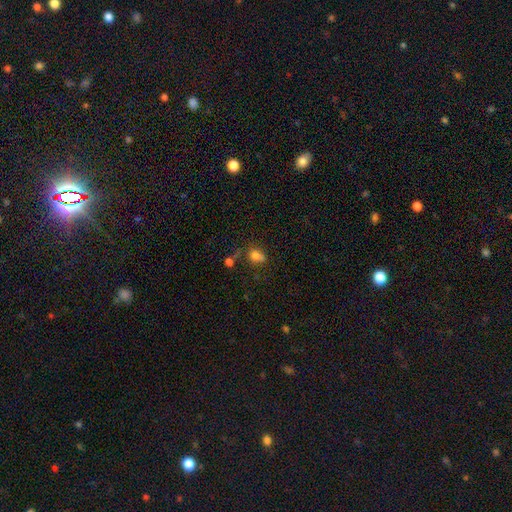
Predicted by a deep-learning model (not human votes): The model was most divided on "merging": none: 43%, merger: 31%, minor disturbance: 17%, major disturbance: 9%. More confident: smooth or featured — smooth (75%); how rounded — round (58%).